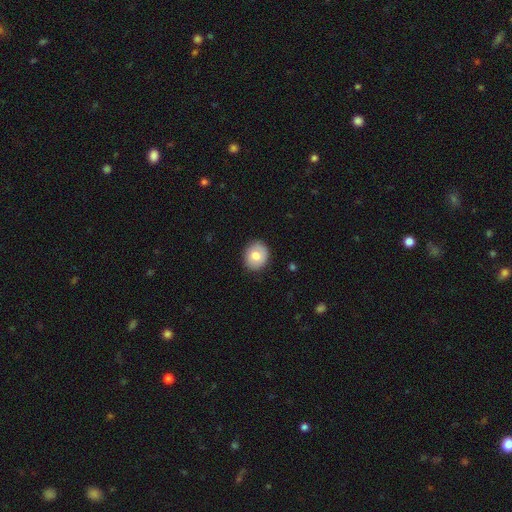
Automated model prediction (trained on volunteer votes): This is likely a smooth galaxy (75%). How rounded: likely round (67%). Merging: clearly none (88%).